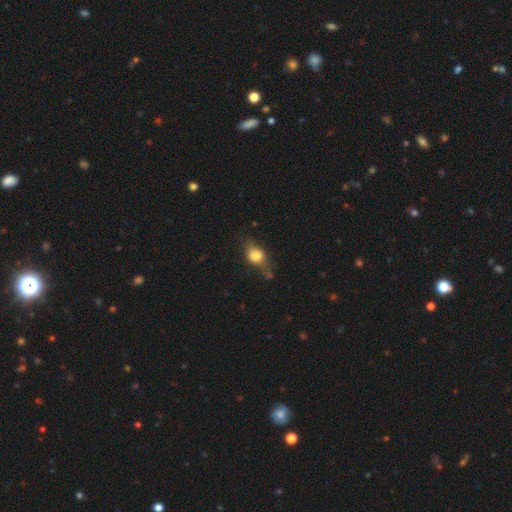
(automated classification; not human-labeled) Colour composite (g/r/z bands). It shows a smooth galaxy with no disk features (67%) that is in between round and cigar-shaped (58%). Merging: none (56%).